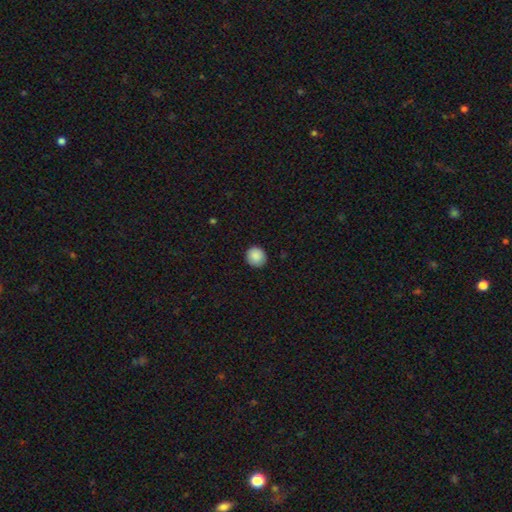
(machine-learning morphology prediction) smooth-or-featured: smooth: 88% | star or artifact: 8% | featured or disk: 3%
  how-rounded: round: 91% | in between: 8% | cigar-shaped: 1%
  merging: none: 91% | minor disturbance: 7% | major disturbance: 2% | merger: 1%